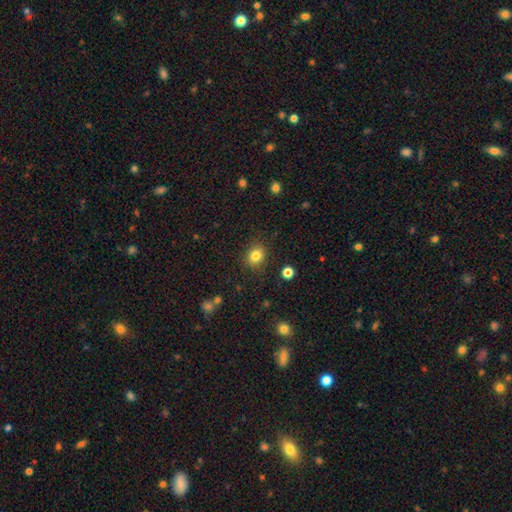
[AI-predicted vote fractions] Smooth or featured? Predicted: smooth (p=0.83). How rounded? Predicted: round (p=0.63). Merging? Predicted: none (p=0.86).